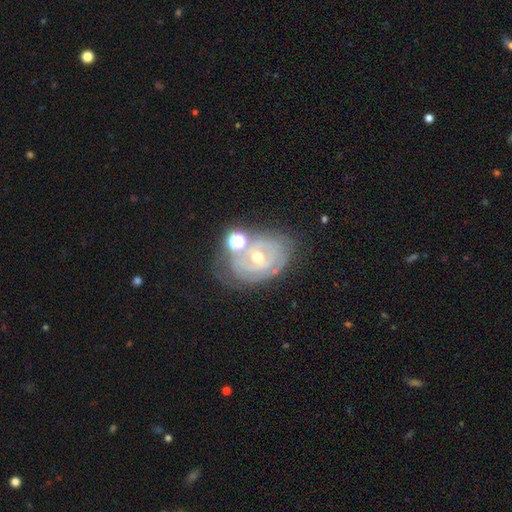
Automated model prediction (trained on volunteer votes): A featured or disk galaxy (73%) with no bar (70%), tight (76%) spiral arms (81%) and a small central bulge (52%).

Vote fractions:
- Smooth or featured? featured or disk: 73% / smooth: 14% / star or artifact: 13%
- Edge-on disk? no: 96% / yes: 4%
- Bar? no: 70% / weak: 22% / strong: 8%
- Spiral arms? yes: 81% / no: 19%
- Spiral winding? tight: 76% / medium: 18% / loose: 6%
- Spiral arm count? can't tell: 45% / 2: 27% / 3: 12% / 4: 5% / 1: 5% / more than 4: 5%
- Bulge size? small: 52% / moderate: 44% / large: 2% / none: 1% / dominant: 1%
- Merging? none: 62% / minor disturbance: 17% / merger: 13% / major disturbance: 8%